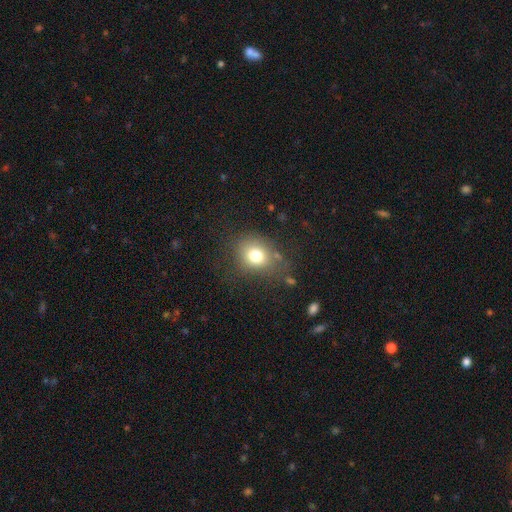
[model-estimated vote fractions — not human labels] This appears to be a smooth galaxy with no disk features (76%) that is round (63%). Merging: none (69%).